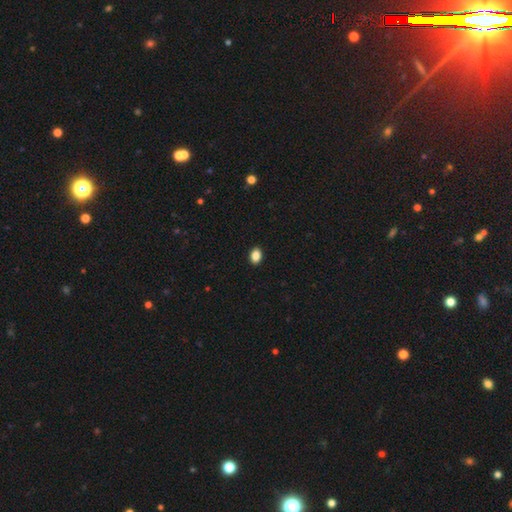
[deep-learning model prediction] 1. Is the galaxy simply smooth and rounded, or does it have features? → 88% smooth, 9% star or artifact, 3% featured or disk.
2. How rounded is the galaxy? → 78% in between, 21% round, 1% cigar-shaped.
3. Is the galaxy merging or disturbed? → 91% none, 6% minor disturbance, 2% major disturbance, 1% merger.